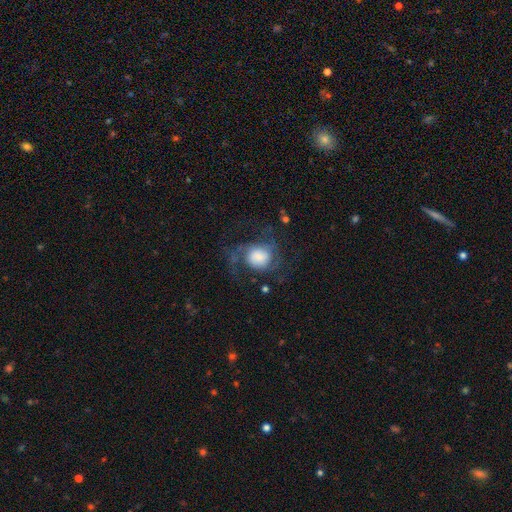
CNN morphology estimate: Smooth or featured? Predicted: featured or disk (p=0.61). Edge-on disk? Predicted: no (p=0.98). Bar? Predicted: no (p=0.72). Spiral arms? Predicted: yes (p=0.88). Spiral winding? Predicted: medium (p=0.44). Spiral arm count? Predicted: 2 (p=0.51). Bulge size? Predicted: large (p=0.40). Merging? Predicted: none (p=0.48).